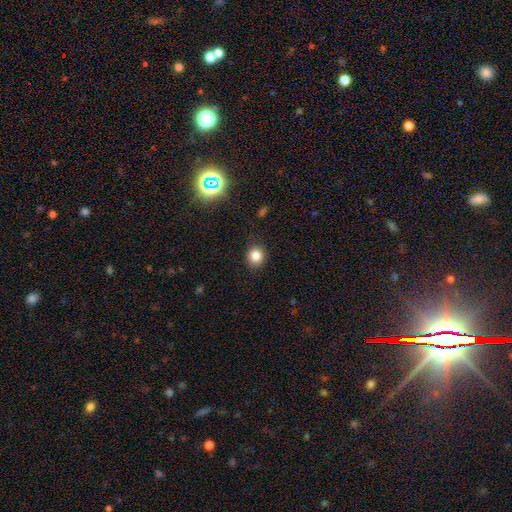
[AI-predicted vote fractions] Overall: smooth (83%). How rounded: round (79%). Merging: none (88%).